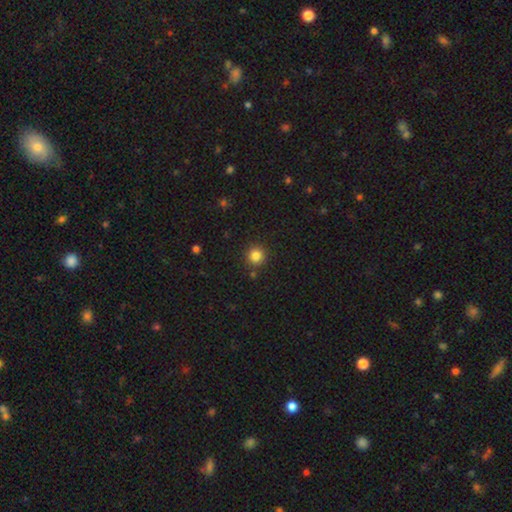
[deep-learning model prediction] This is clearly a smooth galaxy (83%). How rounded: clearly round (95%). Merging: clearly none (89%).